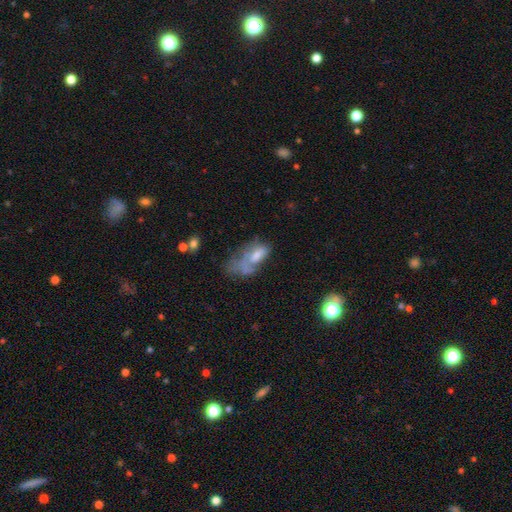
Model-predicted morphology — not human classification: Overall: smooth (46%; featured or disk 38%). Merging: major disturbance (39%; none 22%).